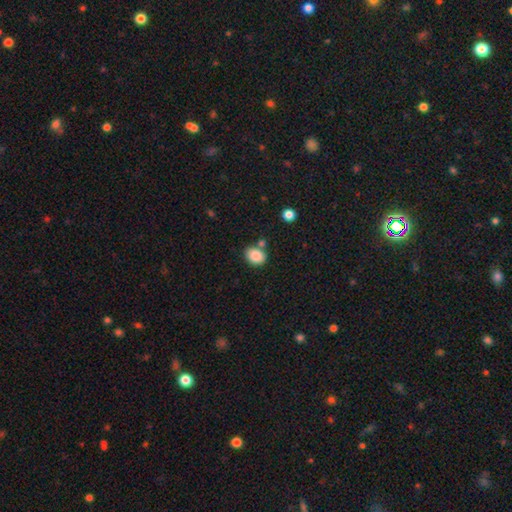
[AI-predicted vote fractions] Smooth or featured: smooth — 87% (star or artifact — 9%)
How rounded: in between — 59% (round — 40%)
Merging: none — 72% (merger — 13%)